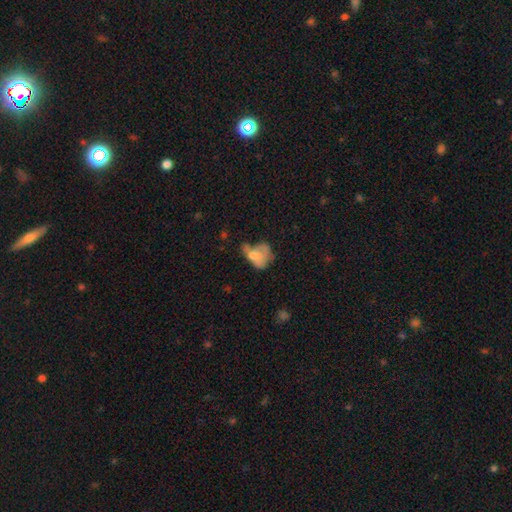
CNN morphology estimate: Smooth or featured?
  - smooth: 54% *
  - featured or disk: 35%
  - star or artifact: 11%
How rounded?
  - in between: 72% *
  - round: 27%
  - cigar-shaped: 2%
Merging?
  - major disturbance: 30% *
  - merger: 29%
  - none: 22%
  - minor disturbance: 20%